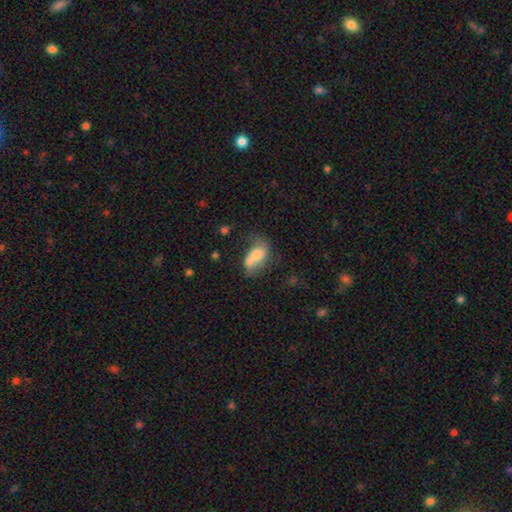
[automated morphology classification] This appears to be a smooth galaxy with no disk features (67%) that is in between round and cigar-shaped (86%). Merging: merger (38%).